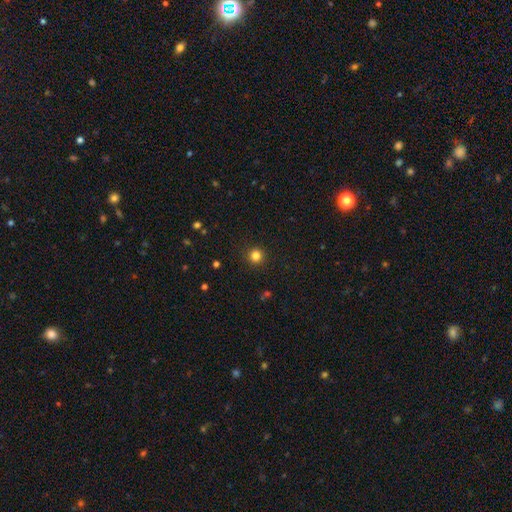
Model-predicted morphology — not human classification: Q: Smooth or featured?
A: smooth (82%); runner-up: star or artifact (13%)
Q: How rounded?
A: round (95%); runner-up: in between (4%)
Q: Merging?
A: none (92%); runner-up: minor disturbance (5%)